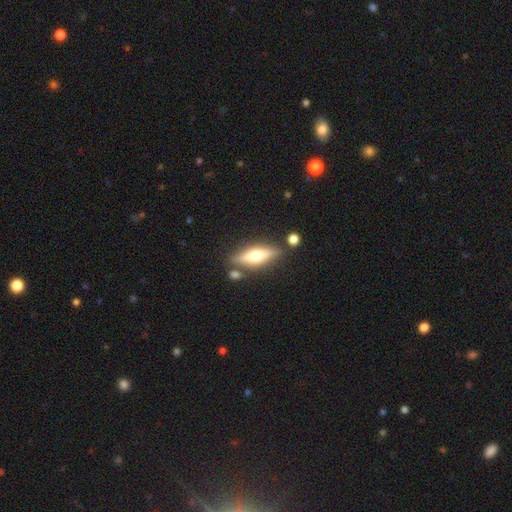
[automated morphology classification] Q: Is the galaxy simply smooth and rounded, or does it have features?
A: featured or disk — 51%.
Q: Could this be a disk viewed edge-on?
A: yes — 88%.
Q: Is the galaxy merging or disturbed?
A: none — 78%.